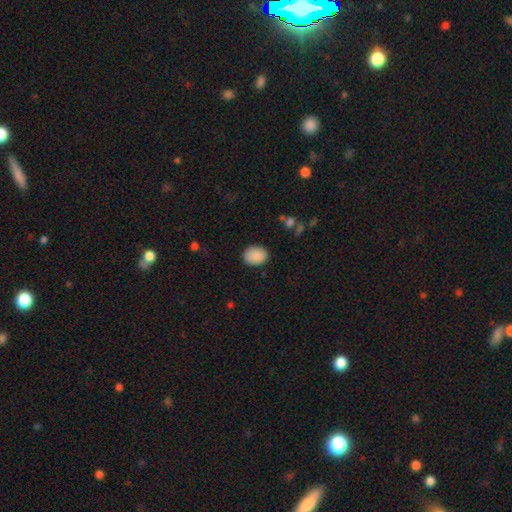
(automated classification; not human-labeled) smooth-or-featured: smooth: 89% | star or artifact: 7% | featured or disk: 3%
  how-rounded: in between: 58% | round: 42% | cigar-shaped: 1%
  merging: none: 85% | minor disturbance: 11% | major disturbance: 2% | merger: 1%